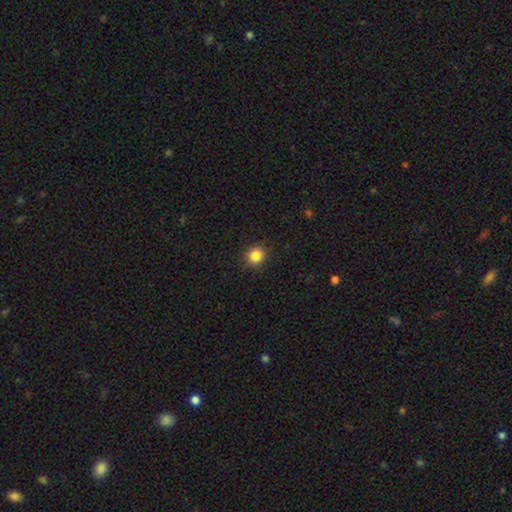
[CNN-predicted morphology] A smooth galaxy with no disk features (86%) that is round (85%).

Vote fractions:
- Smooth or featured? smooth: 86% / star or artifact: 11% / featured or disk: 4%
- How rounded? round: 85% / in between: 14% / cigar-shaped: 1%
- Merging? none: 90% / minor disturbance: 7% / major disturbance: 2% / merger: 1%